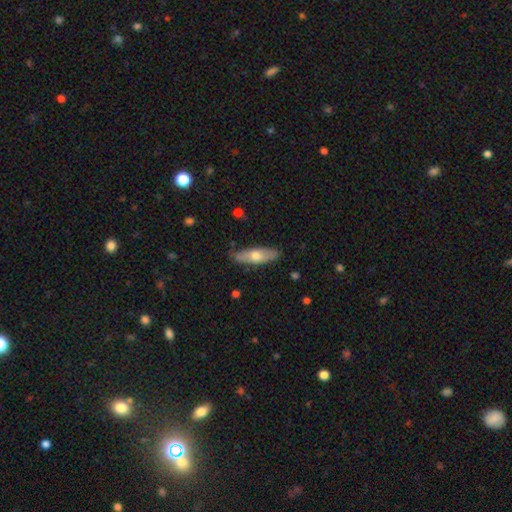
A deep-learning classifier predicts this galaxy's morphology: Smooth or featured? Predicted: smooth (p=0.58). How rounded? Predicted: in between (p=0.52). Merging? Predicted: none (p=0.84).